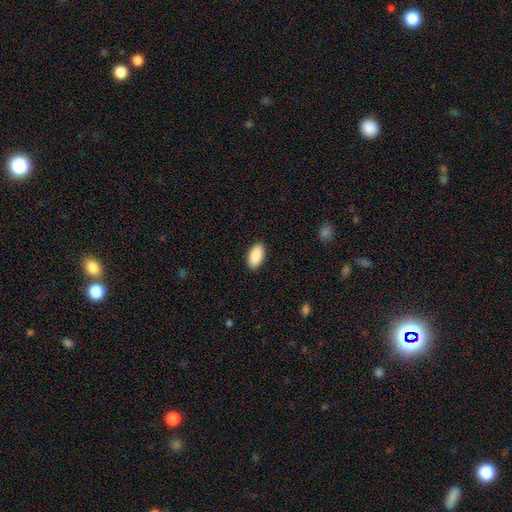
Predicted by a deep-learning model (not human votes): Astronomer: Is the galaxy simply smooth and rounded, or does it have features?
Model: smooth — 91%.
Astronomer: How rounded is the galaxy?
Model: in between — 95%.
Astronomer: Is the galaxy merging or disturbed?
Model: none — 90%.